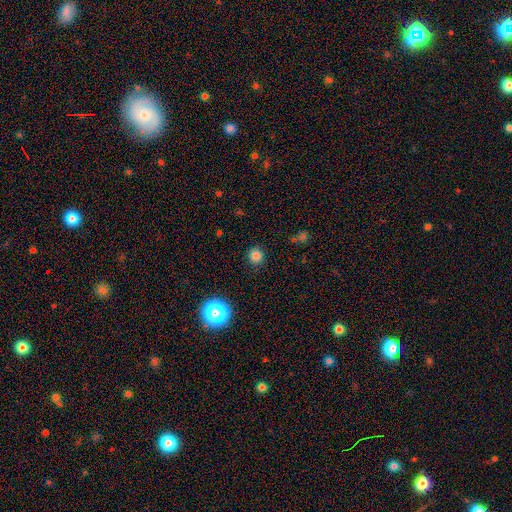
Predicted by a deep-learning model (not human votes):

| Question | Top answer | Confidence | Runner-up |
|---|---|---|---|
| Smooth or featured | smooth | 81% | star or artifact (15%) |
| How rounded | round | 93% | in between (6%) |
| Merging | none | 90% | minor disturbance (7%) |